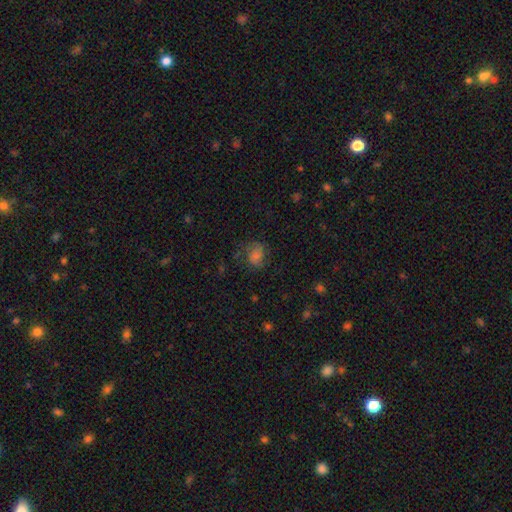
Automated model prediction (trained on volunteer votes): Morphology: type=smooth (50%); merging=none (57%).